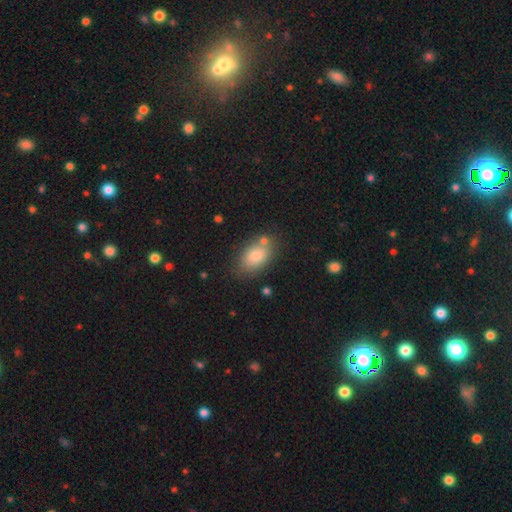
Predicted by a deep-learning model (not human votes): A smooth galaxy with no disk features (80%) that is in between round and cigar-shaped (88%).

Vote fractions:
- Smooth or featured? smooth: 80% / featured or disk: 11% / star or artifact: 9%
- How rounded? in between: 88% / round: 10% / cigar-shaped: 2%
- Merging? none: 72% / minor disturbance: 14% / merger: 10% / major disturbance: 4%